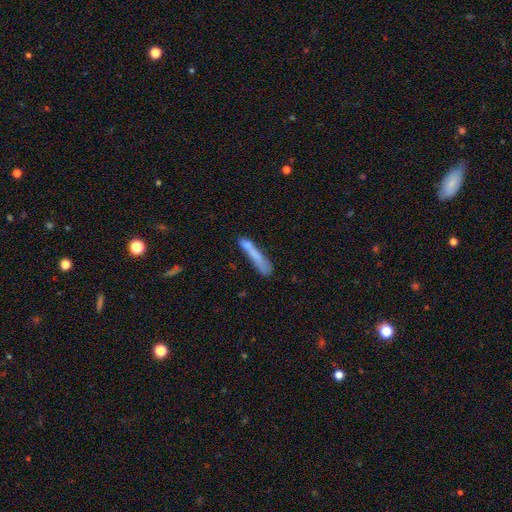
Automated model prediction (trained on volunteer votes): Morphology: type=smooth (67%); roundness=cigar-shaped (92%); merging=none (53%).